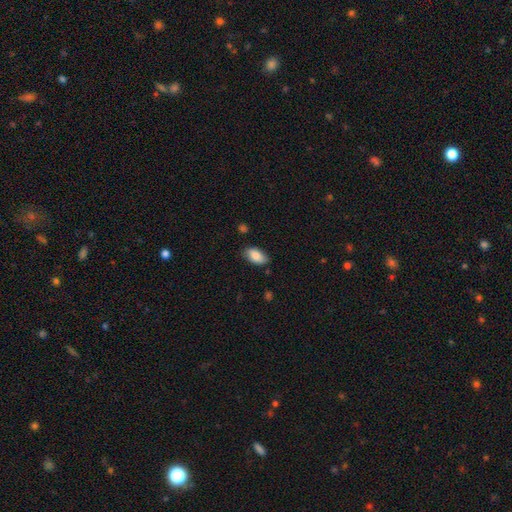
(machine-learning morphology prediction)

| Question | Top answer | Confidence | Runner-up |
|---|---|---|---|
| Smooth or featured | smooth | 85% | featured or disk (9%) |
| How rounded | in between | 93% | cigar-shaped (3%) |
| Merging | none | 79% | minor disturbance (17%) |